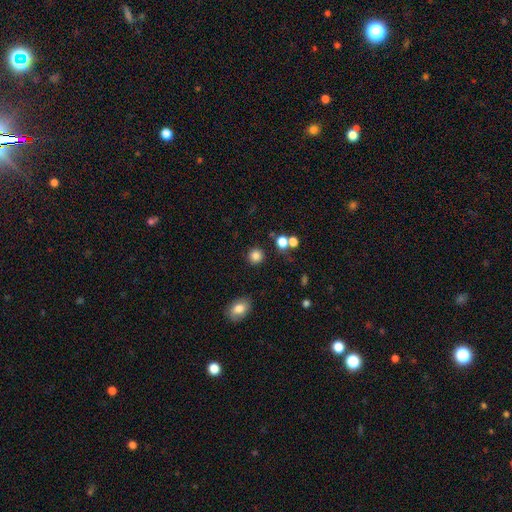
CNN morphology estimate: Smooth or featured? smooth (83%)
How rounded? round (91%)
Merging? none (86%)